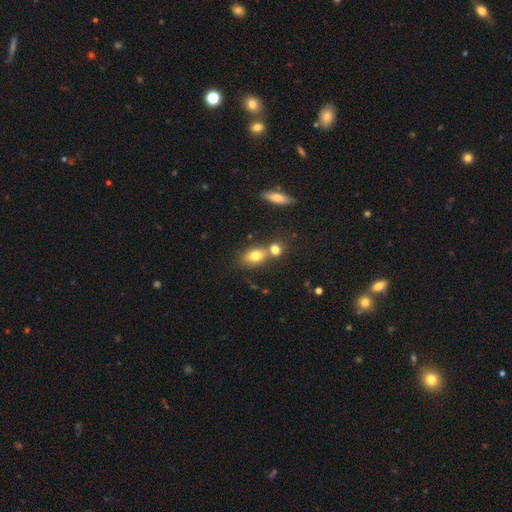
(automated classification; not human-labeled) Overall: smooth (77%). How rounded: in between (75%). Merging: none (48%; merger 37%).